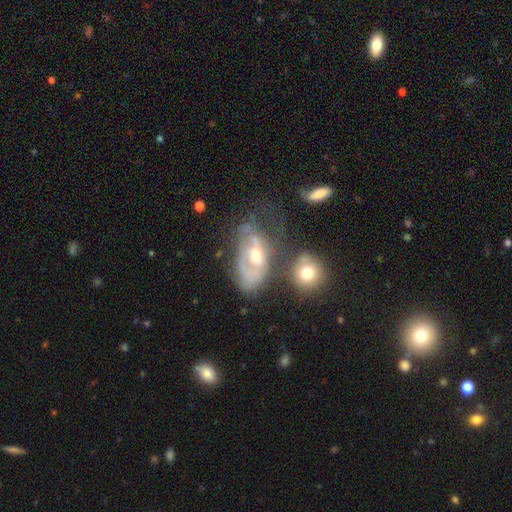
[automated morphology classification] Smooth or featured? featured or disk (68%)
Edge-on disk? no (92%)
Bar? no (65%)
Spiral arms? yes (60%)
Bulge size? moderate (65%)
Merging? none (31%)